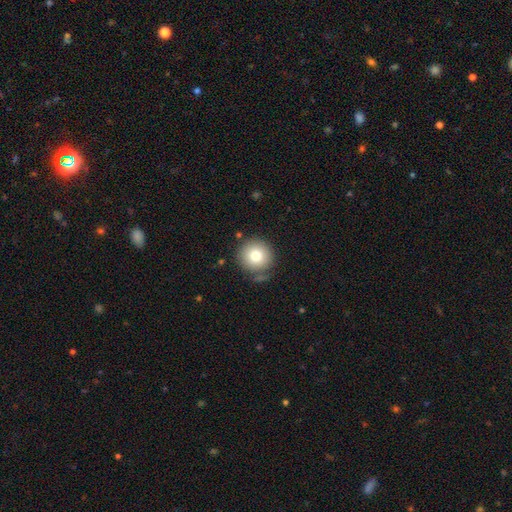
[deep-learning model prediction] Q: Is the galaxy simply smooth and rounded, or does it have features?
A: smooth — 80%.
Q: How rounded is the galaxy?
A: round — 95%.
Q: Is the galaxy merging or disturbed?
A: none — 80%.